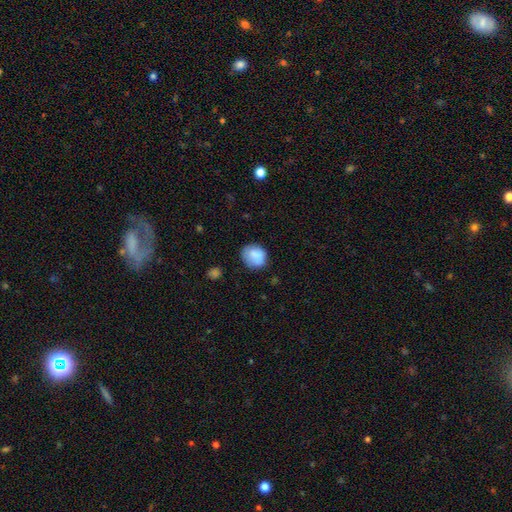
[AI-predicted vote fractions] Smooth or featured: smooth — 84% (star or artifact — 8%)
How rounded: round — 68% (in between — 31%)
Merging: none — 74% (minor disturbance — 20%)